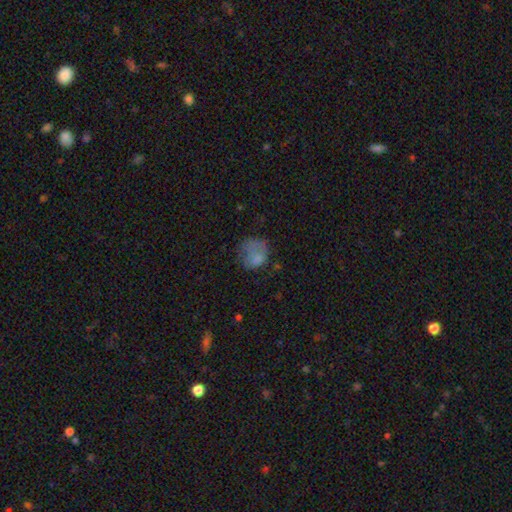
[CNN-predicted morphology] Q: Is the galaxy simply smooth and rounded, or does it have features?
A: smooth — 65%.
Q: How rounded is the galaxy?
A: round — 59%.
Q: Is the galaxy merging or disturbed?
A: none — 38%.